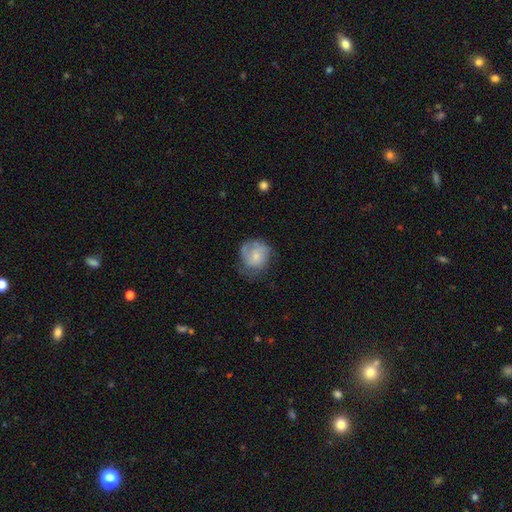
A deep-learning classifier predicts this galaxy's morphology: The model was most divided on "smooth or featured": smooth: 56%, featured or disk: 36%, star or artifact: 8%. More confident: how rounded — round (80%); merging — none (51%).